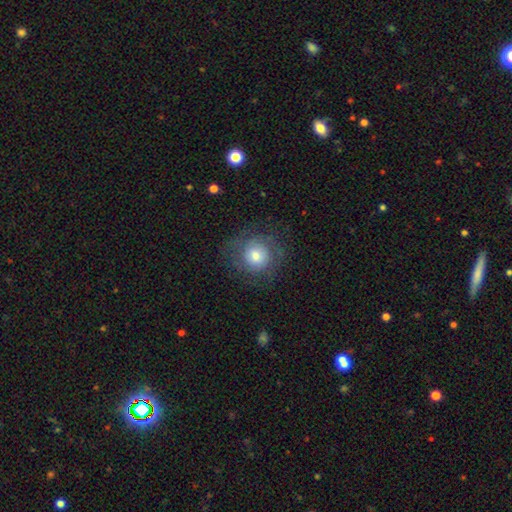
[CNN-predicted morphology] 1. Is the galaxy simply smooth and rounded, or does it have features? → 52% smooth, 39% featured or disk, 9% star or artifact.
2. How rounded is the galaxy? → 90% round, 9% in between, 1% cigar-shaped.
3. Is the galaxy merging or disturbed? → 74% none, 15% minor disturbance, 10% major disturbance, 1% merger.